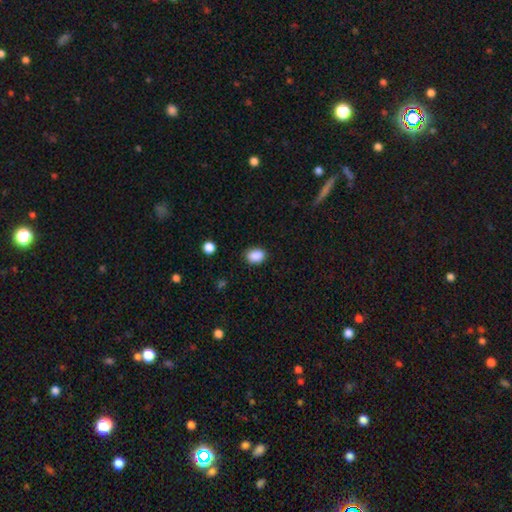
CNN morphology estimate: A smooth galaxy with no disk features (89%) that is in between round and cigar-shaped (73%).

Vote fractions:
- Smooth or featured? smooth: 89% / star or artifact: 9% / featured or disk: 3%
- How rounded? in between: 73% / round: 26% / cigar-shaped: 1%
- Merging? none: 84% / minor disturbance: 12% / major disturbance: 3% / merger: 1%